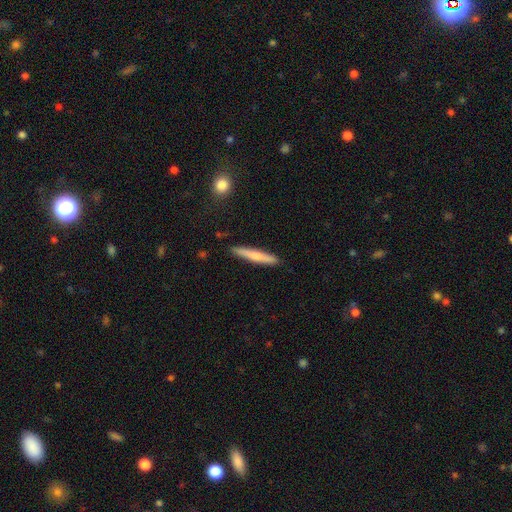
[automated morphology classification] A smooth galaxy with no disk features (66%) that is cigar-shaped (94%).

Vote fractions:
- Smooth or featured? smooth: 66% / featured or disk: 28% / star or artifact: 6%
- How rounded? cigar-shaped: 94% / in between: 4% / round: 1%
- Merging? none: 89% / minor disturbance: 8% / major disturbance: 2% / merger: 1%